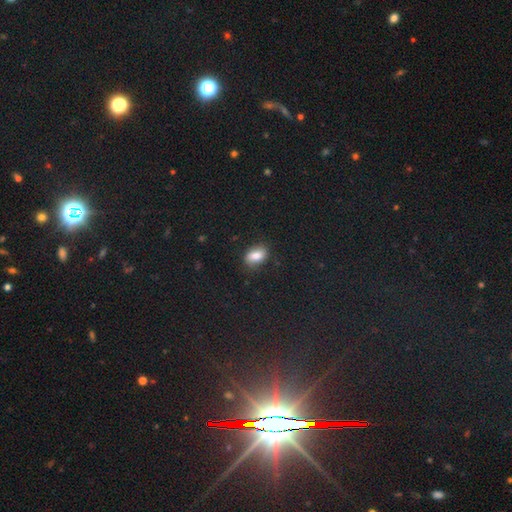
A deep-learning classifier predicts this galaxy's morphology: A smooth galaxy with no disk features (81%) that is in between round and cigar-shaped (86%). Merging: none (79%).